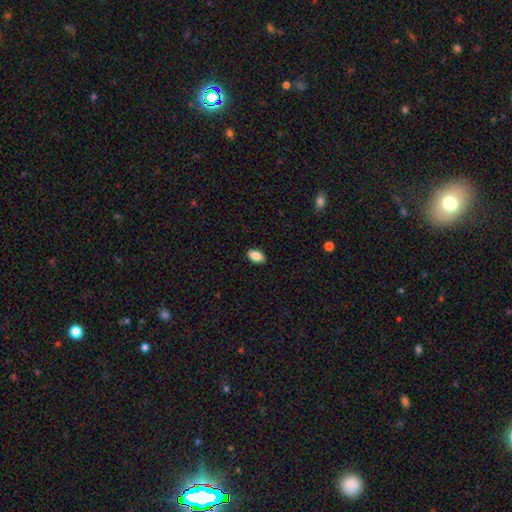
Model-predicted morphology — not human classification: The model was most divided on "merging": none: 88%, minor disturbance: 9%, major disturbance: 2%, merger: 1%. More confident: how rounded — in between (92%); smooth or featured — smooth (86%).